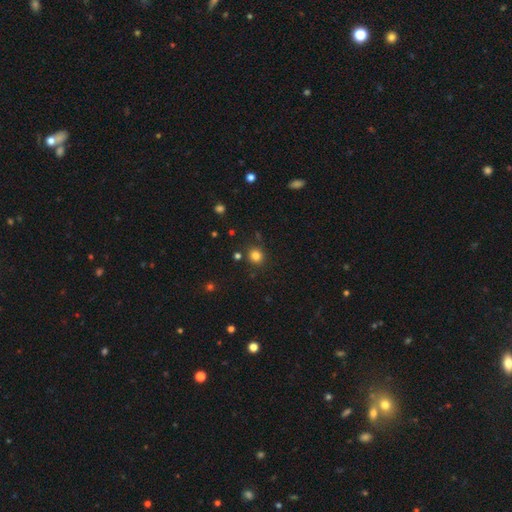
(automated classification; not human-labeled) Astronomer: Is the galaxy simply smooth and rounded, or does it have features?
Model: smooth — 81%.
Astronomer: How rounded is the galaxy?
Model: round — 86%.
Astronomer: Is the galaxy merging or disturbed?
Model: none — 85%.